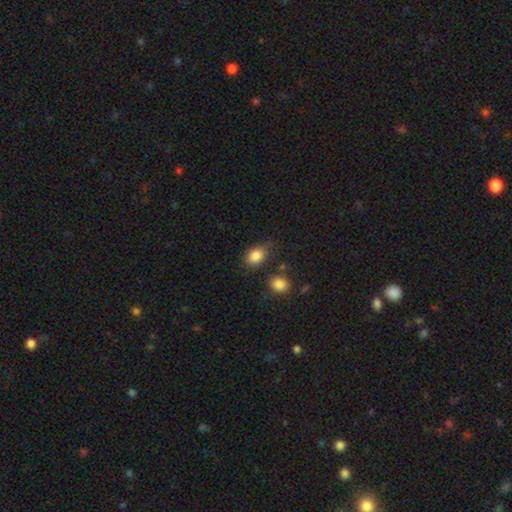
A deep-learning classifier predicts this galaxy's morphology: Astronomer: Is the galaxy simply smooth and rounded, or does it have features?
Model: smooth — 85%.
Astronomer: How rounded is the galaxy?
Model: in between — 76%.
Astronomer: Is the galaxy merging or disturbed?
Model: none — 70%.